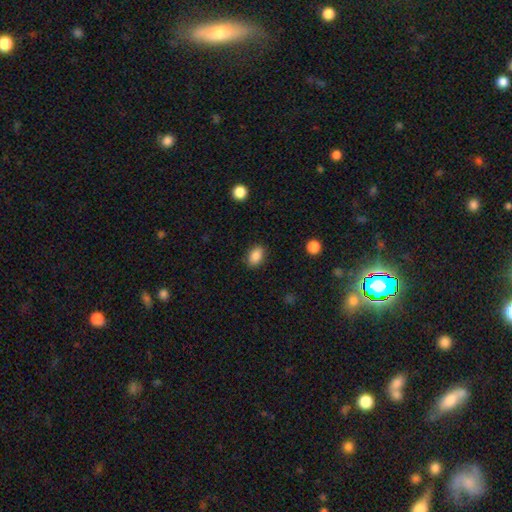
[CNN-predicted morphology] smooth-or-featured: smooth: 87% | star or artifact: 8% | featured or disk: 4%
  how-rounded: in between: 84% | round: 14% | cigar-shaped: 2%
  merging: none: 87% | minor disturbance: 9% | major disturbance: 3% | merger: 1%